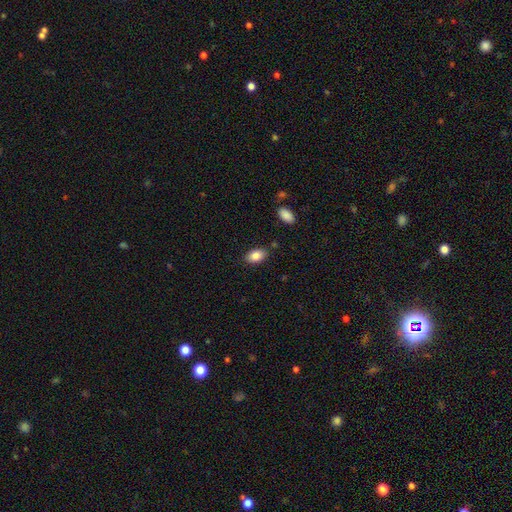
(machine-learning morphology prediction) Smooth or featured?
  - smooth: 85% *
  - star or artifact: 8%
  - featured or disk: 7%
How rounded?
  - in between: 91% *
  - round: 8%
  - cigar-shaped: 2%
Merging?
  - none: 84% *
  - minor disturbance: 11%
  - merger: 3%
  - major disturbance: 2%